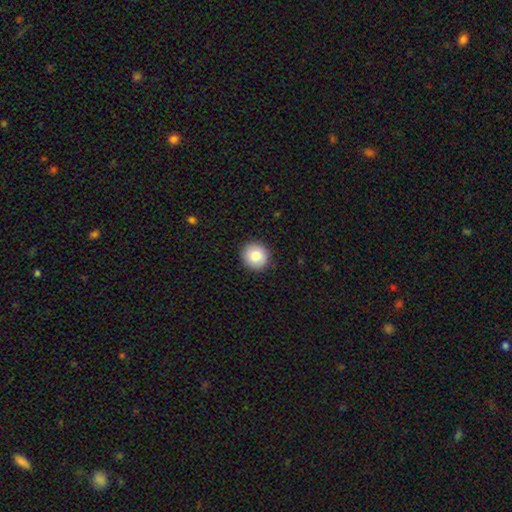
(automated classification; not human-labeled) The model was most divided on "smooth or featured": smooth: 85%, star or artifact: 8%, featured or disk: 7%. More confident: merging — none (92%); how rounded — round (92%).